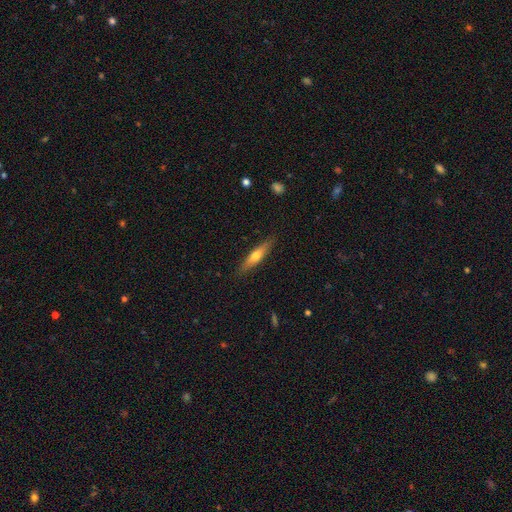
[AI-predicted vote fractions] The model was most divided on "smooth or featured": smooth: 50%, featured or disk: 44%, star or artifact: 6%. More confident: merging — none (87%); how rounded — cigar-shaped (81%).